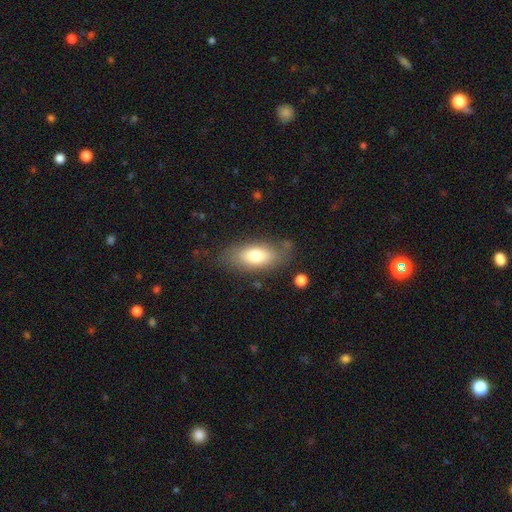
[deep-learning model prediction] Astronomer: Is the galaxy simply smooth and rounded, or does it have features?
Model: smooth — 72%.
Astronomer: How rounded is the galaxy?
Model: in between — 85%.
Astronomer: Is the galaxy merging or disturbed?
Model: none — 70%.